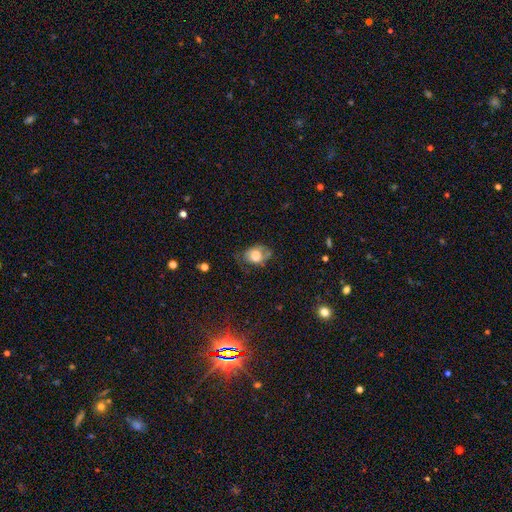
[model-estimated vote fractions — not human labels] smooth_or_featured: smooth (p=0.63) [alt: featured or disk p=0.27]
how_rounded: in between (p=0.64) [alt: round p=0.35]
merging: none (p=0.45) [alt: minor disturbance p=0.32]